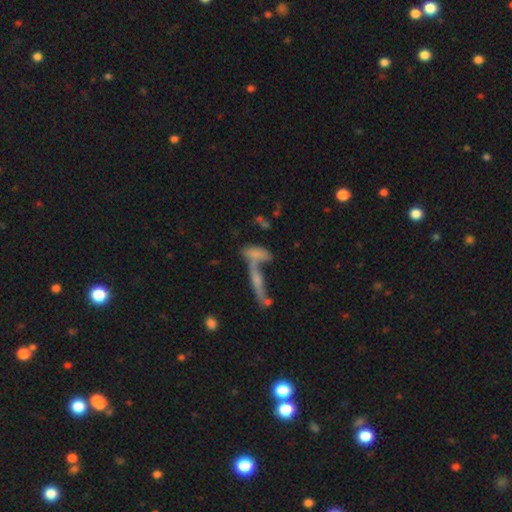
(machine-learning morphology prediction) Q: Smooth or featured?
A: smooth (59%); runner-up: featured or disk (29%)
Q: How rounded?
A: in between (48%); runner-up: cigar-shaped (47%)
Q: Merging?
A: merger (46%); runner-up: none (36%)